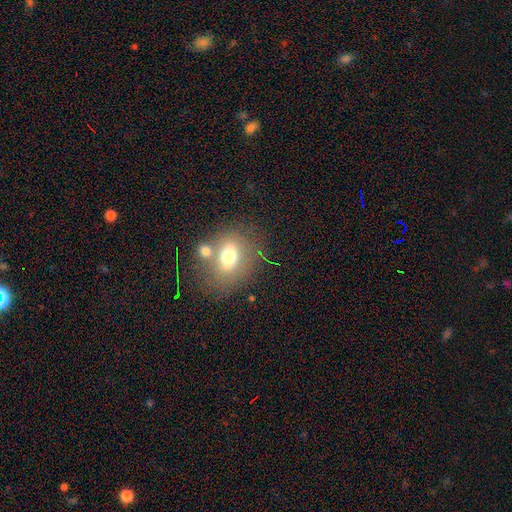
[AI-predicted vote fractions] The model was most divided on "how rounded": in between: 53%, round: 45%, cigar-shaped: 1%. More confident: smooth or featured — smooth (67%); merging — none (62%).